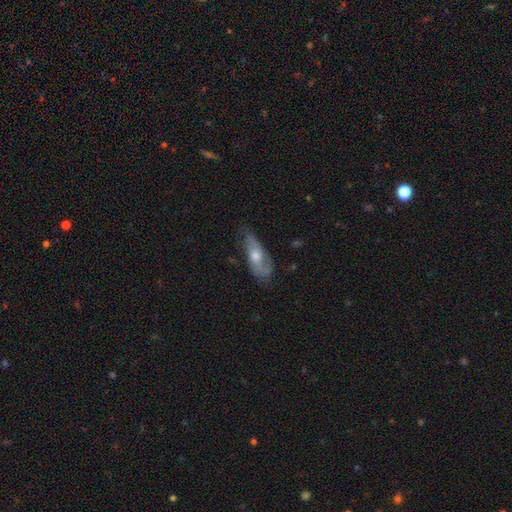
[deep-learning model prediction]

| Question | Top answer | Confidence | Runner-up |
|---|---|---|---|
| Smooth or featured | featured or disk | 53% | smooth (40%) |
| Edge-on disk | no | 77% | yes (23%) |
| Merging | none | 55% | minor disturbance (32%) |